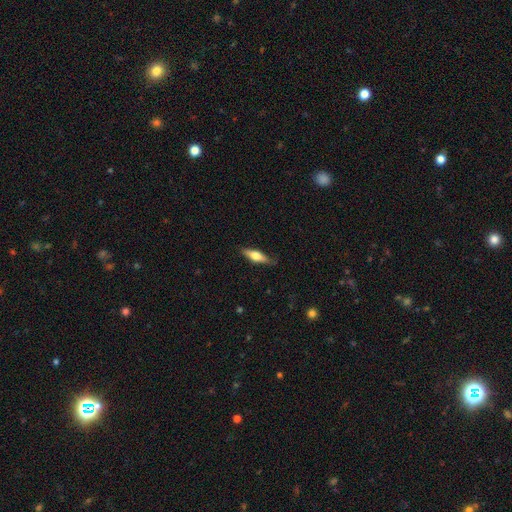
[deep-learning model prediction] Smooth or featured? Predicted: smooth (p=0.52). How rounded? Predicted: cigar-shaped (p=0.58). Merging? Predicted: none (p=0.79).